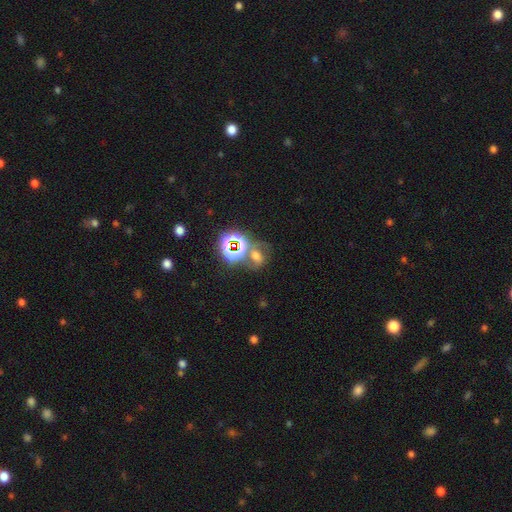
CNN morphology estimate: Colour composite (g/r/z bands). It shows a star or artifact, not a galaxy (41%).